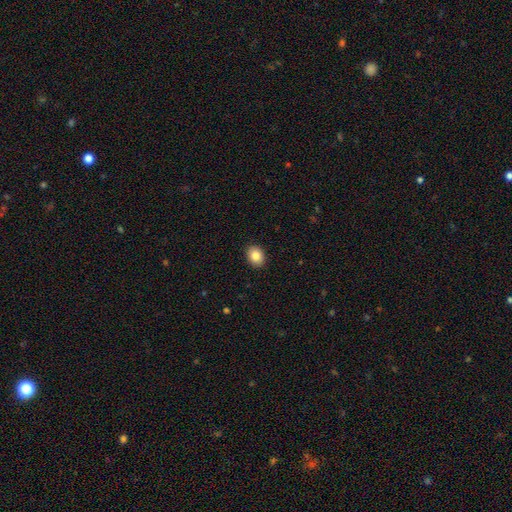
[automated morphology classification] type=smooth (85%); roundness=in between (58%); merging=none (91%).